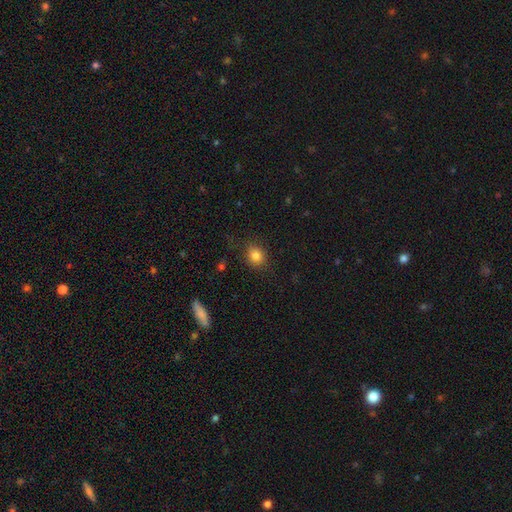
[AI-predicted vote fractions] Smooth or featured: smooth — 83% (star or artifact — 11%)
How rounded: round — 63% (in between — 36%)
Merging: none — 81% (minor disturbance — 13%)